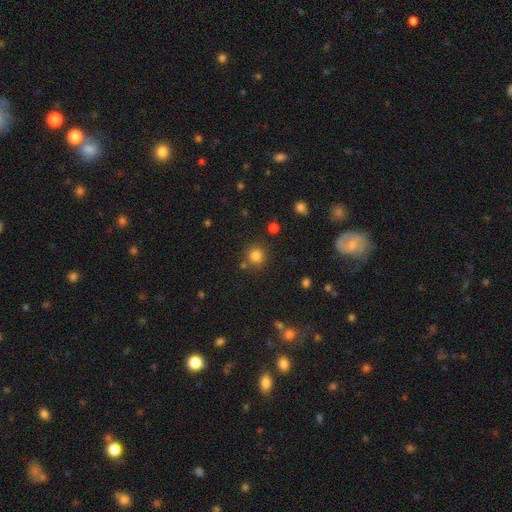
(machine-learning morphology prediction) This appears to be a smooth galaxy with no disk features (81%) that is round (91%). Merging: none (81%).